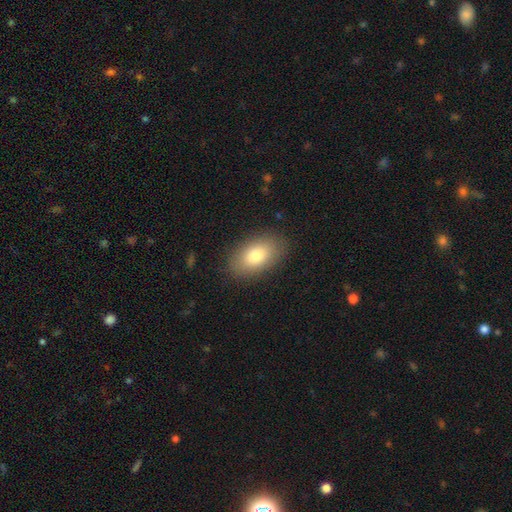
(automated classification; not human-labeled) smooth 80%, featured or disk 12%, star or artifact 8%. Down the decision tree: how rounded — in between (92%); merging — none (86%).